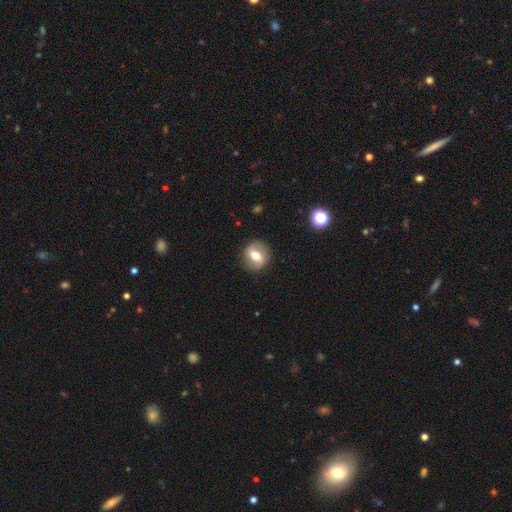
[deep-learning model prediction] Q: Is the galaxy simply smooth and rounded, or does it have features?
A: featured or disk — 50%.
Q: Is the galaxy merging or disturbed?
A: none — 85%.